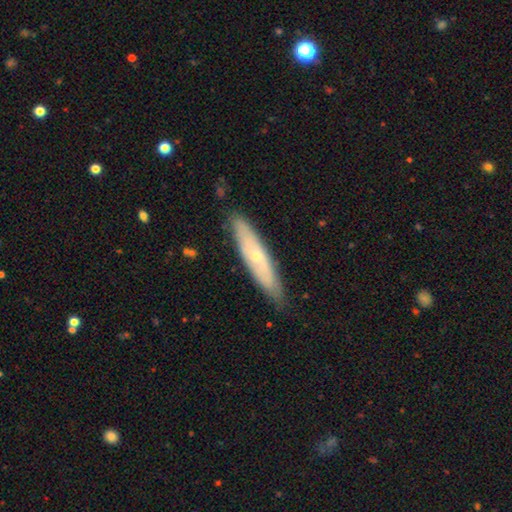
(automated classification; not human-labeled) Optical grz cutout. It shows a featured or disk galaxy (54%) viewed edge-on (57%). Merging: none (83%).